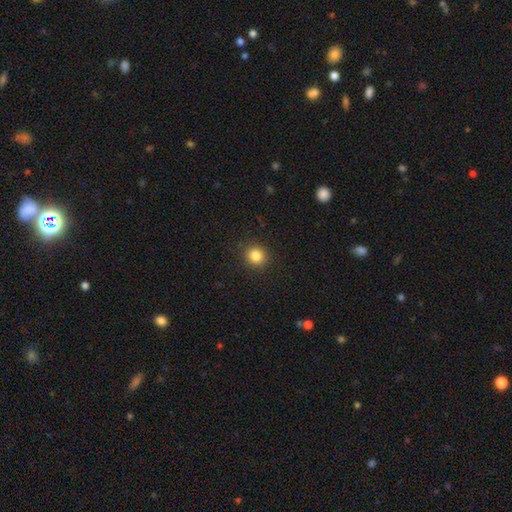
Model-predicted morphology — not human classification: A smooth galaxy with no disk features (84%) that is round (84%).

Vote fractions:
- Smooth or featured? smooth: 84% / star or artifact: 11% / featured or disk: 5%
- How rounded? round: 84% / in between: 15% / cigar-shaped: 1%
- Merging? none: 89% / minor disturbance: 7% / major disturbance: 3% / merger: 1%